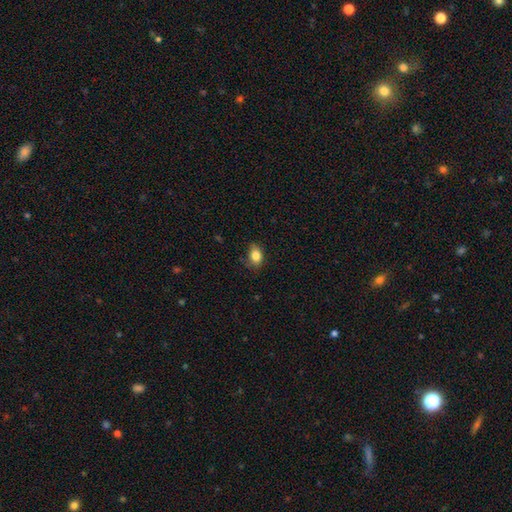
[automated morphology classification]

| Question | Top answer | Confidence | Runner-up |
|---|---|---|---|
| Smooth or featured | smooth | 84% | star or artifact (9%) |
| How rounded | in between | 76% | round (22%) |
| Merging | none | 68% | minor disturbance (25%) |